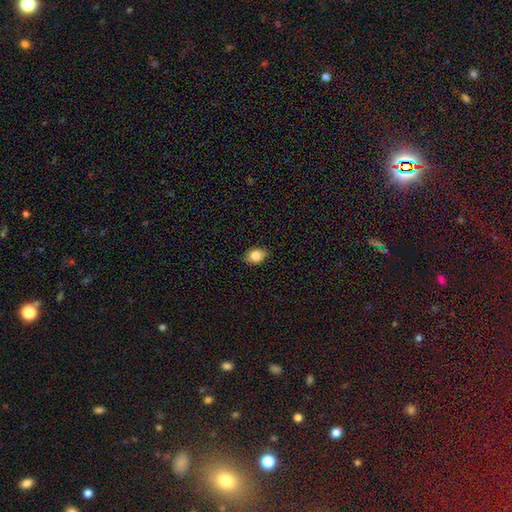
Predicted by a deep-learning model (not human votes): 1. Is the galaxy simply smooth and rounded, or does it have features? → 84% smooth, 9% star or artifact, 7% featured or disk.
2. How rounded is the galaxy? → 67% in between, 31% round, 1% cigar-shaped.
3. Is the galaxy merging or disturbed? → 87% none, 11% minor disturbance, 2% major disturbance, 1% merger.